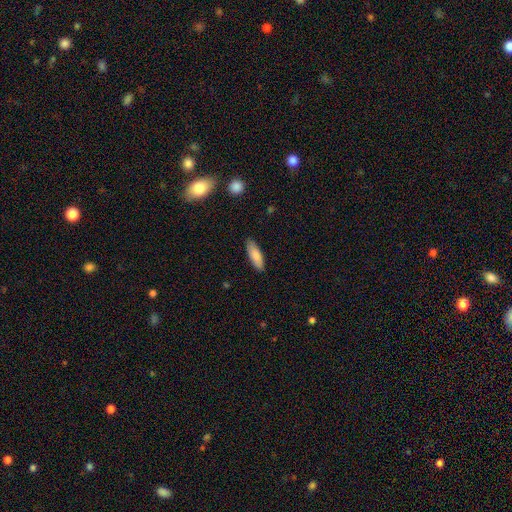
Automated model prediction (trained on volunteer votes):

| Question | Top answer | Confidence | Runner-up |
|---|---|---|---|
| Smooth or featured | smooth | 84% | featured or disk (10%) |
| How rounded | in between | 58% | cigar-shaped (40%) |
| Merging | none | 86% | minor disturbance (11%) |